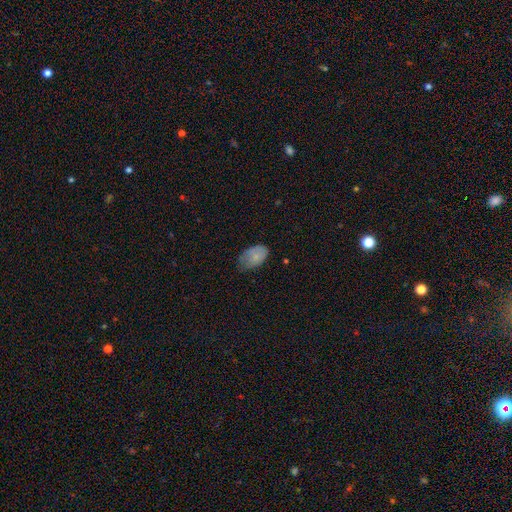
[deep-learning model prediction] Smooth or featured? smooth (78%)
How rounded? in between (92%)
Merging? none (48%)